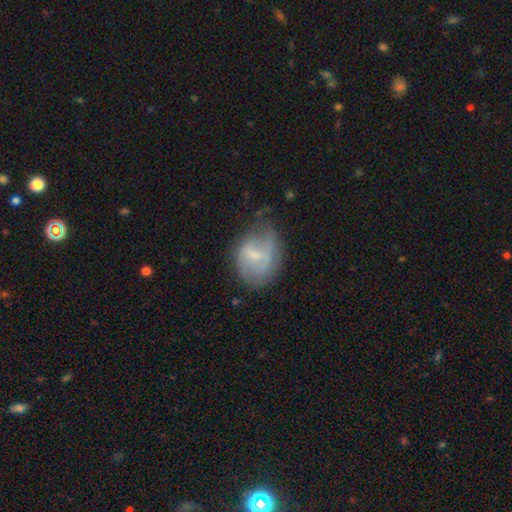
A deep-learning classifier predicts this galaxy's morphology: A featured or disk galaxy (47%).

Vote fractions:
- Smooth or featured? featured or disk: 47% / smooth: 44% / star or artifact: 8%
- Merging? none: 45% / minor disturbance: 34% / major disturbance: 19% / merger: 3%